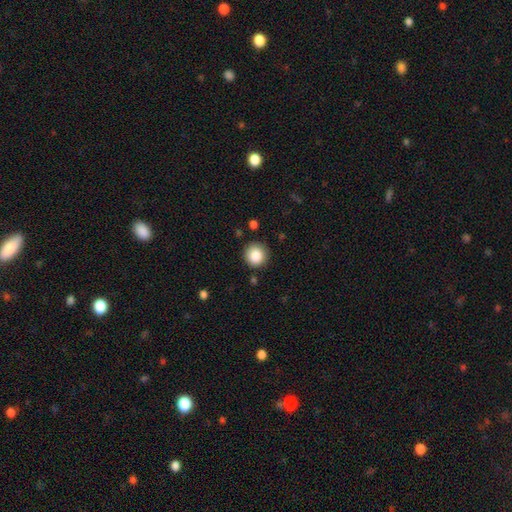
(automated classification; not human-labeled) smooth_or_featured: smooth (p=0.87) [alt: star or artifact p=0.09]
how_rounded: round (p=0.94) [alt: in between p=0.05]
merging: none (p=0.89) [alt: minor disturbance p=0.07]